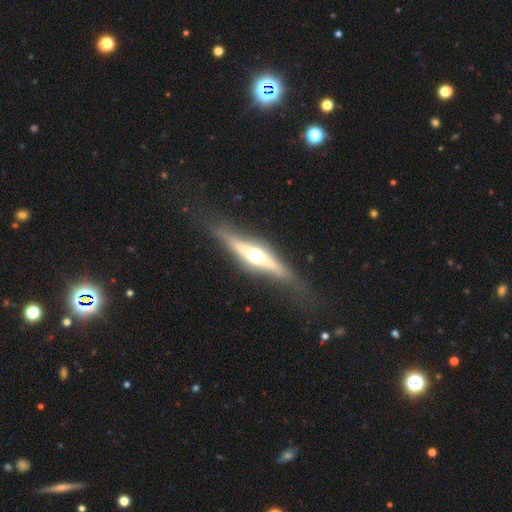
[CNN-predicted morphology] type=featured or disk (73%); edge-on=yes (93%); edge-on bulge=rounded (93%); merging=none (79%).